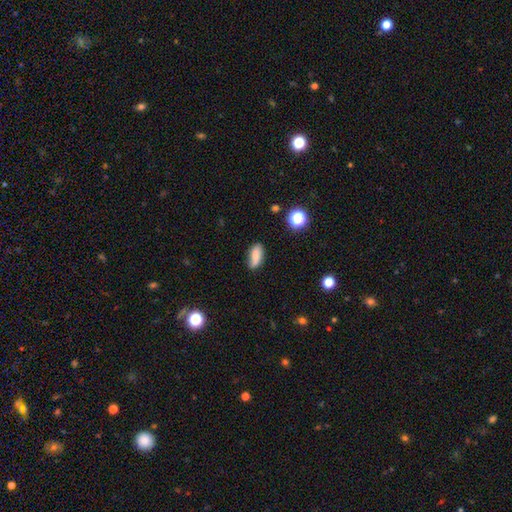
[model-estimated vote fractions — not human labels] smooth_or_featured: smooth (p=0.72) [alt: featured or disk p=0.18]
how_rounded: in between (p=0.81) [alt: cigar-shaped p=0.15]
merging: none (p=0.69) [alt: minor disturbance p=0.22]